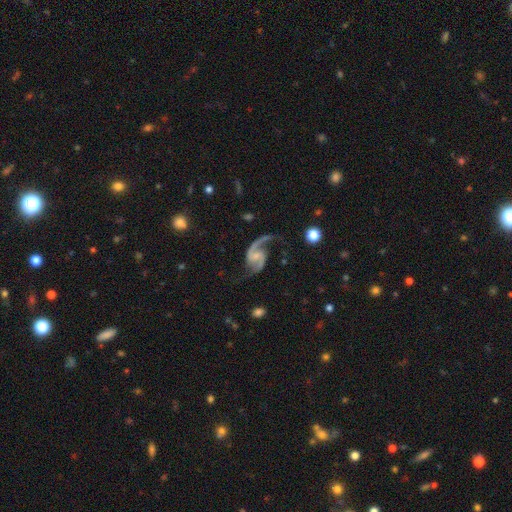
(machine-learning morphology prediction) type=featured or disk (91%); edge-on=no (98%); bar=no (43%); spiral arms=yes (98%); winding=loose (52%); arm count=2 (90%); bulge=small (55%); merging=none (64%).